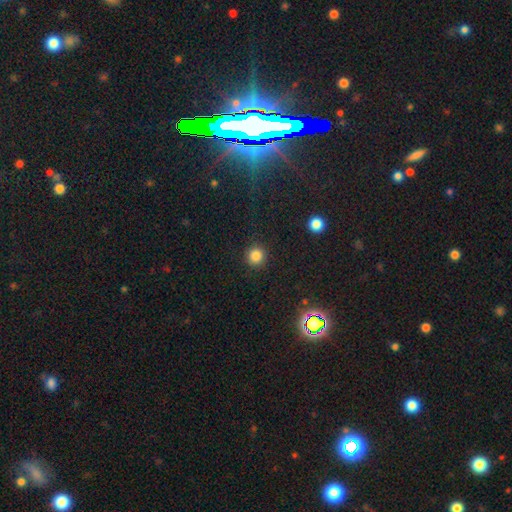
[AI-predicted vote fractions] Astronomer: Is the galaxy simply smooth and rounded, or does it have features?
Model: smooth — 83%.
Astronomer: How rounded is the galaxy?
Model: round — 93%.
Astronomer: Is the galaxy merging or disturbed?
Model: none — 91%.